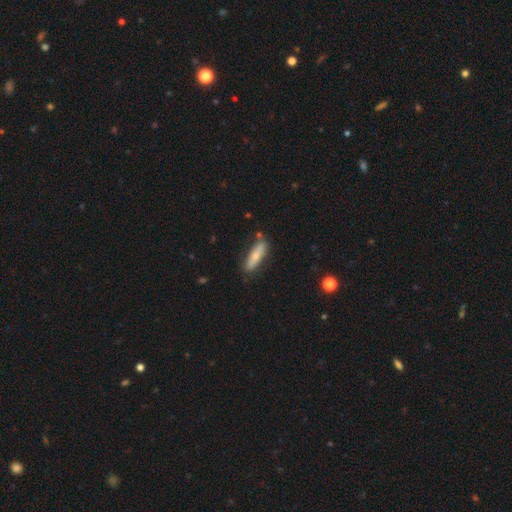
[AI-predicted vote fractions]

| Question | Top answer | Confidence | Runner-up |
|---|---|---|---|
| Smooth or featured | smooth | 67% | featured or disk (27%) |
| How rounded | cigar-shaped | 69% | in between (29%) |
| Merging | none | 78% | minor disturbance (15%) |